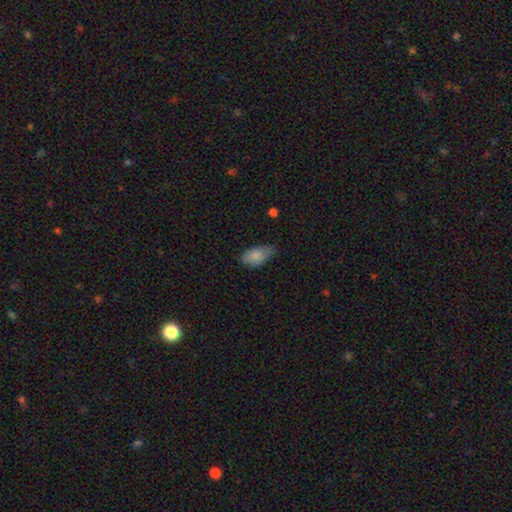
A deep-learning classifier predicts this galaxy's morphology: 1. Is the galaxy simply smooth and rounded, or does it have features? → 84% smooth, 8% featured or disk, 7% star or artifact.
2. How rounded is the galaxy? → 93% in between, 4% round, 3% cigar-shaped.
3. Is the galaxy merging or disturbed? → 50% none, 39% minor disturbance, 9% major disturbance, 2% merger.